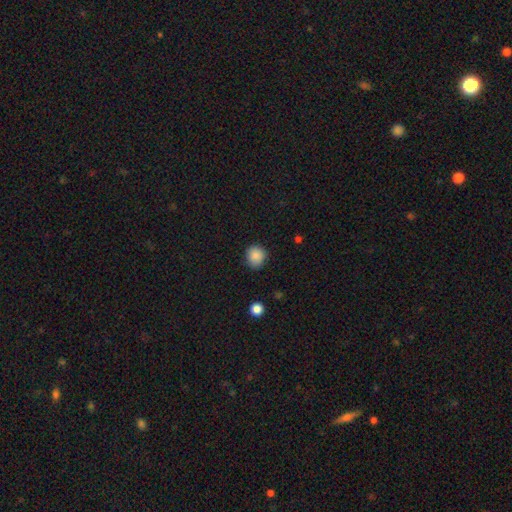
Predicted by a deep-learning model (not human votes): smooth_or_featured: smooth (p=0.87) [alt: star or artifact p=0.09]
how_rounded: round (p=0.84) [alt: in between p=0.15]
merging: none (p=0.84) [alt: minor disturbance p=0.12]